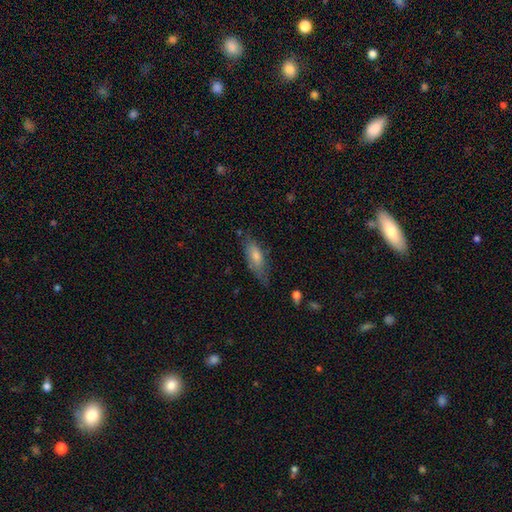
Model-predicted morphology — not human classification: This is possibly a smooth galaxy (59%). How rounded: possibly in between (54%). Merging: likely none (70%).